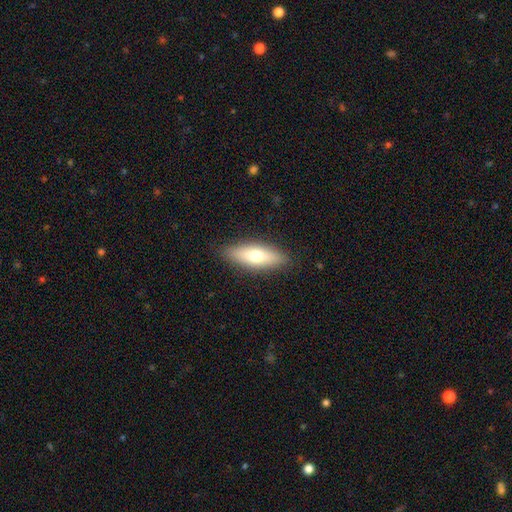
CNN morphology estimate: This appears to be a smooth galaxy with no disk features (67%) that is in between round and cigar-shaped (57%). Merging: none (88%).